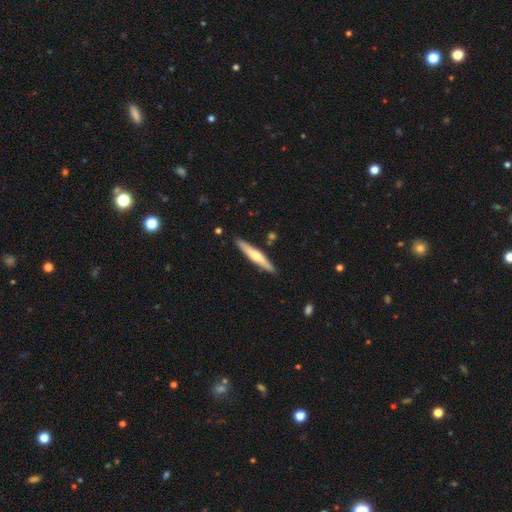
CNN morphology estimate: A featured or disk galaxy (49%). Merging: none (88%).